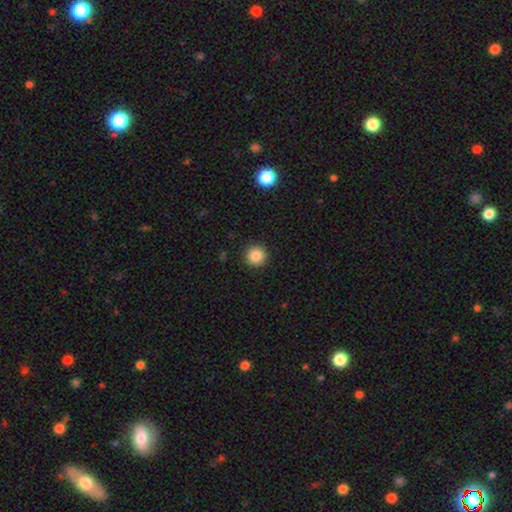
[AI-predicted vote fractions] A smooth galaxy with no disk features (85%) that is round (95%).

Vote fractions:
- Smooth or featured? smooth: 85% / star or artifact: 10% / featured or disk: 5%
- How rounded? round: 95% / in between: 4% / cigar-shaped: 1%
- Merging? none: 92% / minor disturbance: 5% / major disturbance: 2% / merger: 1%